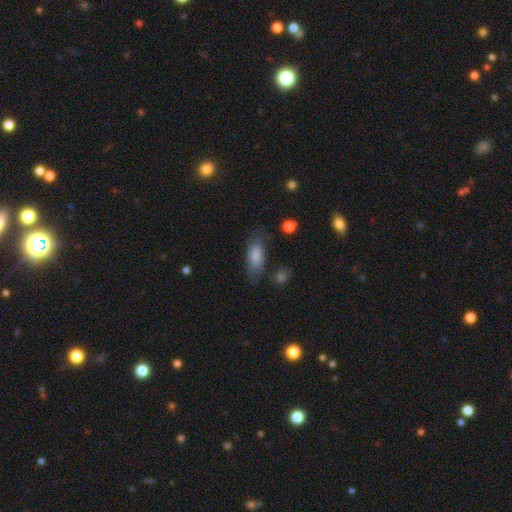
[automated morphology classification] A smooth galaxy with no disk features (80%) that is in between round and cigar-shaped (80%). Merging: none (61%).